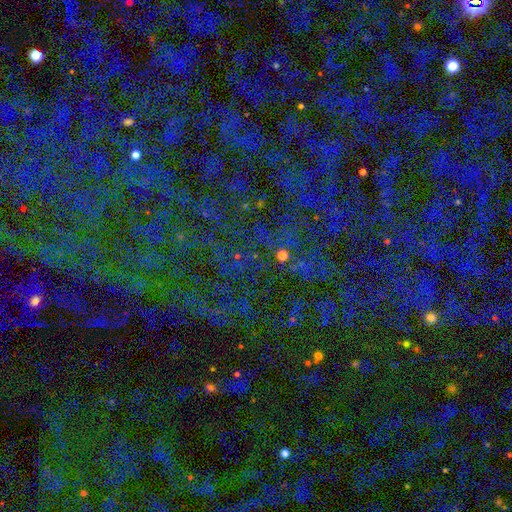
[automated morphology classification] This appears to be a star or artifact, not a galaxy (79%).